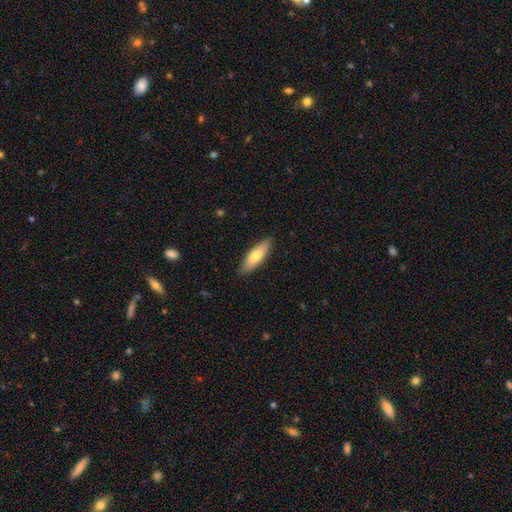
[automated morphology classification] Overall: smooth (73%). How rounded: in between (52%; cigar-shaped 46%). Merging: none (88%).